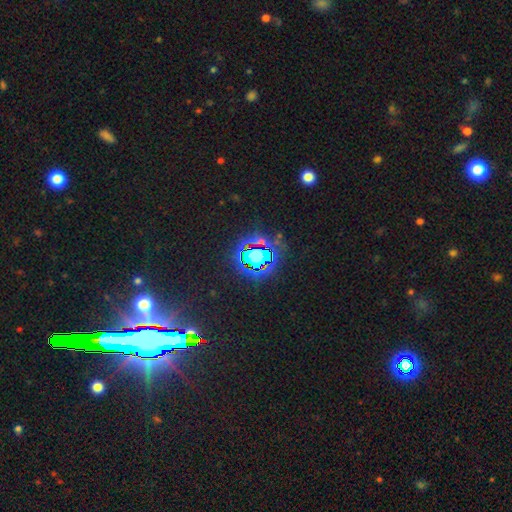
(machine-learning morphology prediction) type=star or artifact (69%).